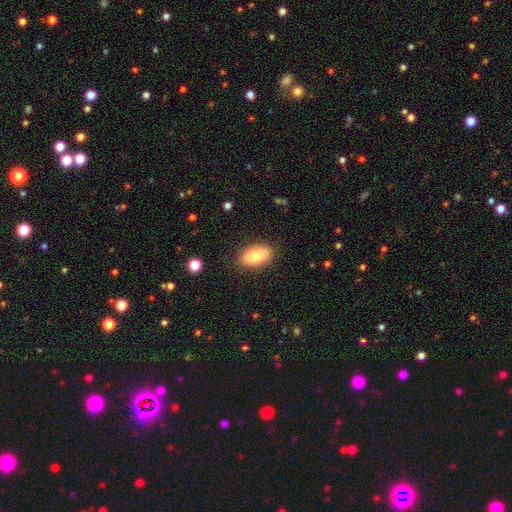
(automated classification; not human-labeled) A smooth galaxy with no disk features (75%) that is in between round and cigar-shaped (92%).

Vote fractions:
- Smooth or featured? smooth: 75% / featured or disk: 17% / star or artifact: 7%
- How rounded? in between: 92% / round: 5% / cigar-shaped: 3%
- Merging? none: 85% / minor disturbance: 11% / major disturbance: 3% / merger: 1%